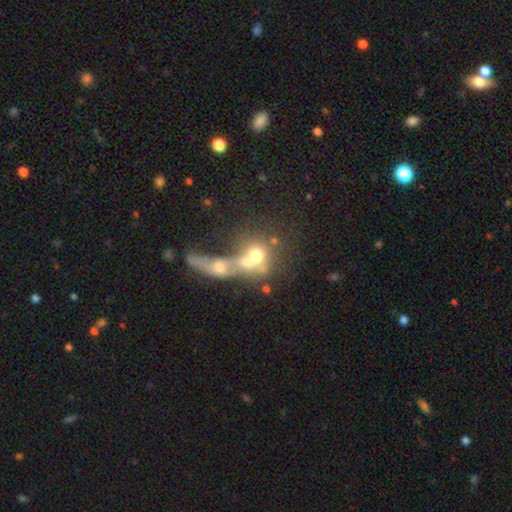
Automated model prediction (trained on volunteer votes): This is possibly a smooth galaxy (50%). How rounded: likely round (66%). Merging: likely merger (66%).